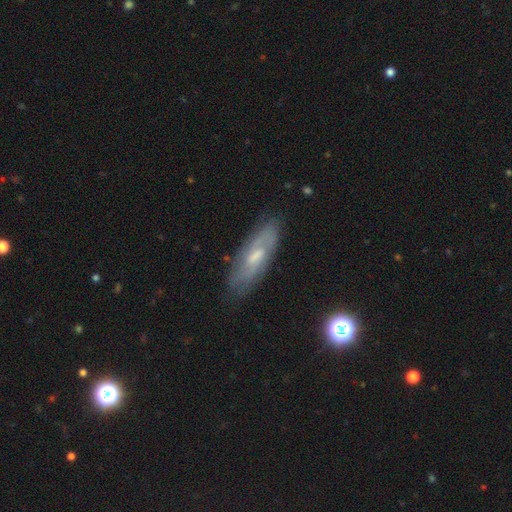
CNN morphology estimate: Smooth or featured? Predicted: featured or disk (p=0.58). Edge-on disk? Predicted: no (p=0.74). Merging? Predicted: none (p=0.78).